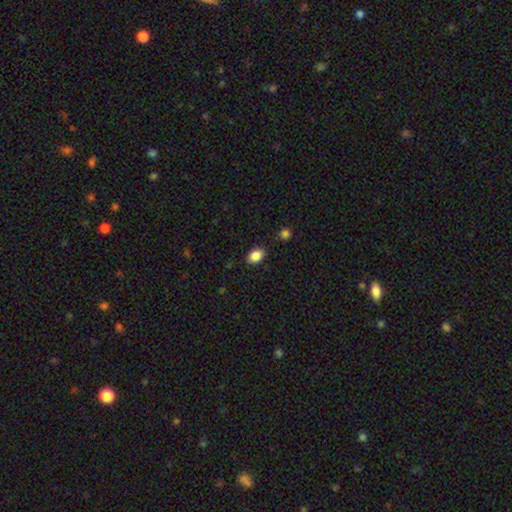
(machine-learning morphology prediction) Q: Smooth or featured?
A: smooth (86%); runner-up: star or artifact (9%)
Q: How rounded?
A: in between (80%); runner-up: round (19%)
Q: Merging?
A: none (83%); runner-up: minor disturbance (13%)